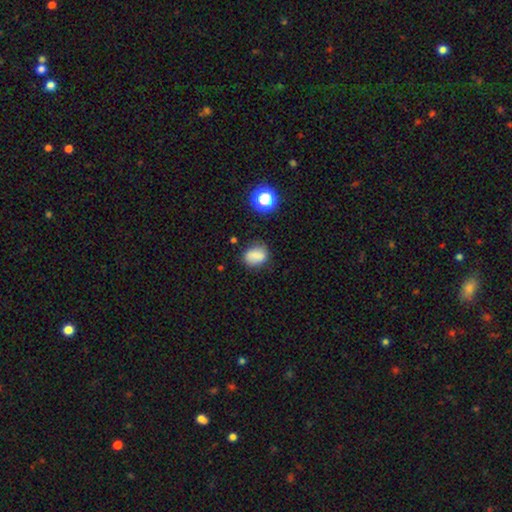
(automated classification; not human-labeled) Q: Smooth or featured?
A: smooth (78%); runner-up: star or artifact (12%)
Q: How rounded?
A: in between (54%); runner-up: round (45%)
Q: Merging?
A: none (71%); runner-up: minor disturbance (19%)